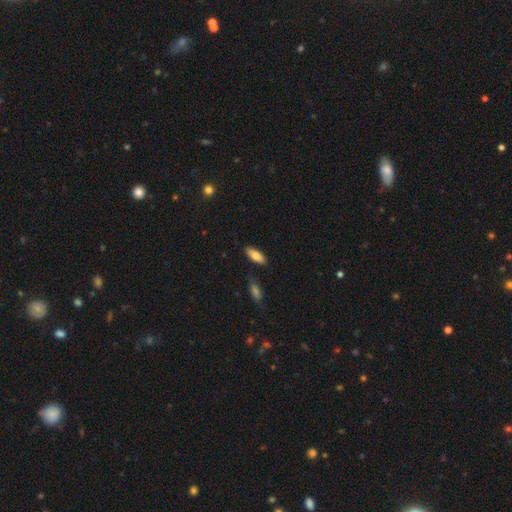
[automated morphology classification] This is likely a smooth galaxy (76%). How rounded: likely in between (75%). Merging: clearly none (85%).